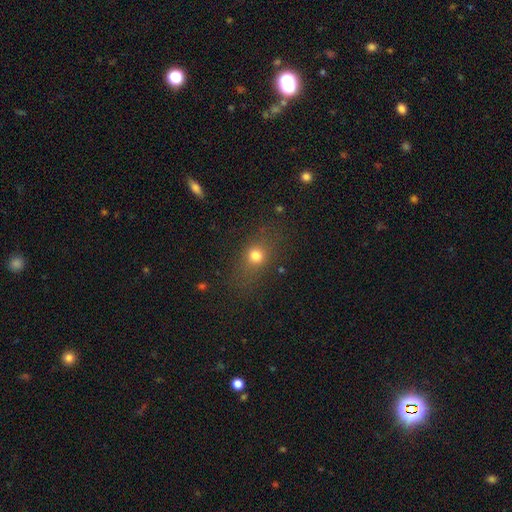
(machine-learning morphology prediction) This appears to be a smooth galaxy with no disk features (72%) that is round (56%). Merging: none (76%).